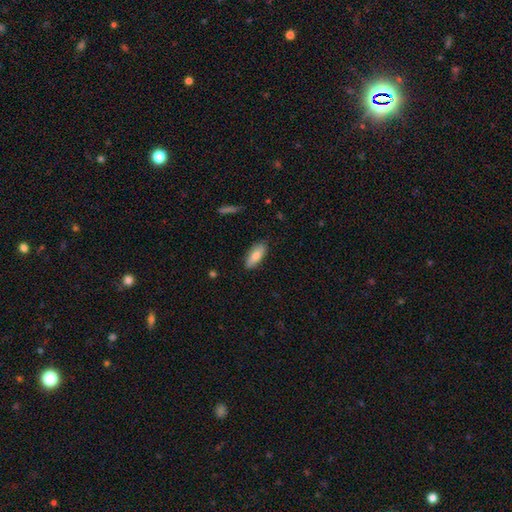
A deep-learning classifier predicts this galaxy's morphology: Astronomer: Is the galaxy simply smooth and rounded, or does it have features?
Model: smooth — 81%.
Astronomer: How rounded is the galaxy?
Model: in between — 76%.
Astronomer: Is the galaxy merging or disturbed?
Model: none — 84%.